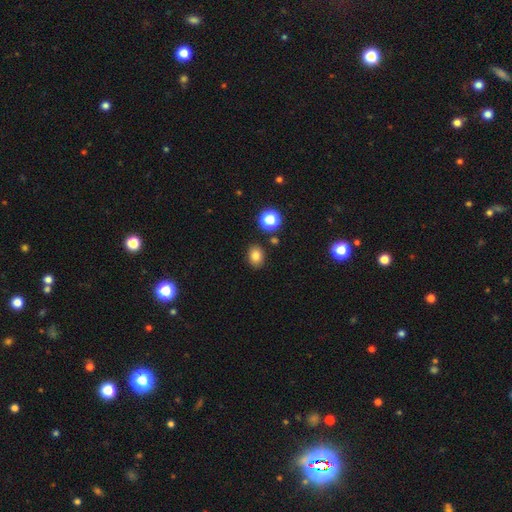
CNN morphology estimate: smooth-or-featured: smooth: 80% | star or artifact: 13% | featured or disk: 6%
  how-rounded: in between: 56% | round: 43% | cigar-shaped: 1%
  merging: none: 86% | minor disturbance: 9% | merger: 3% | major disturbance: 2%